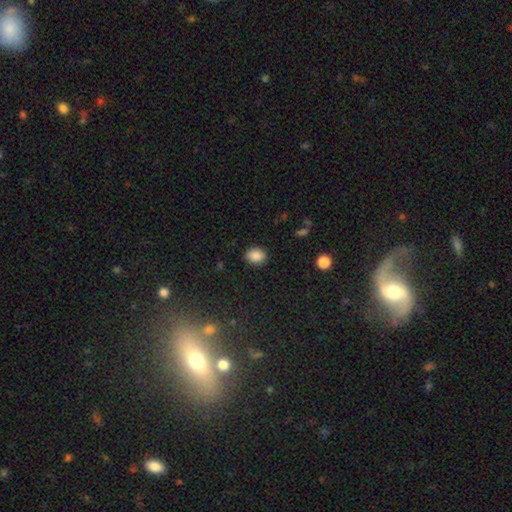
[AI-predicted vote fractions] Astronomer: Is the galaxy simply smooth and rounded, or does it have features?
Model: smooth — 87%.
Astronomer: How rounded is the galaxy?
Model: in between — 61% (runner-up: round, 38%).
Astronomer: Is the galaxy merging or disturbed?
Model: none — 88%.